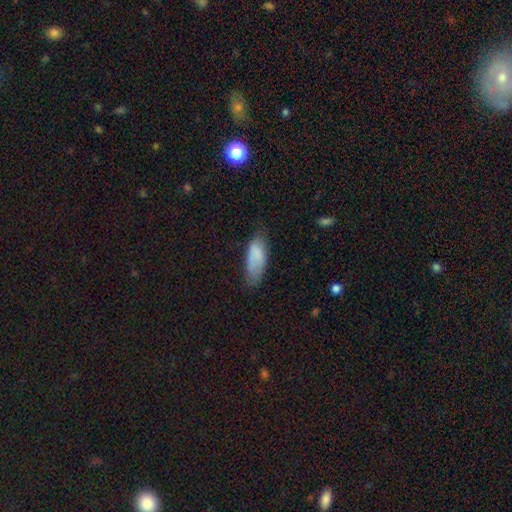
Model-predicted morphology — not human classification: Smooth or featured: smooth — 82% (featured or disk — 11%)
How rounded: in between — 75% (cigar-shaped — 23%)
Merging: none — 58% (minor disturbance — 31%)